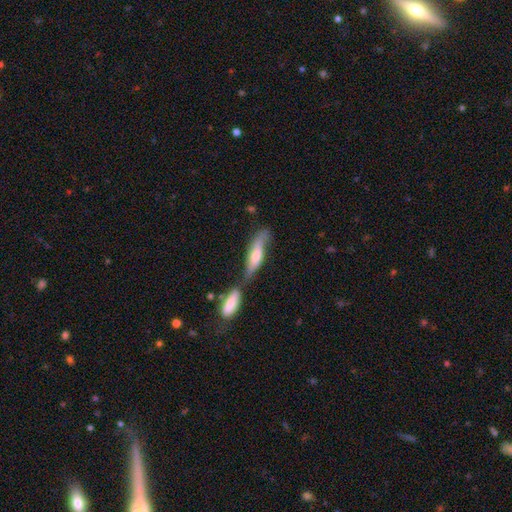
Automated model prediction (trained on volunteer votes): A featured or disk galaxy (49%).

Vote fractions:
- Smooth or featured? featured or disk: 49% / smooth: 44% / star or artifact: 8%
- Merging? merger: 41% / none: 35% / minor disturbance: 16% / major disturbance: 8%